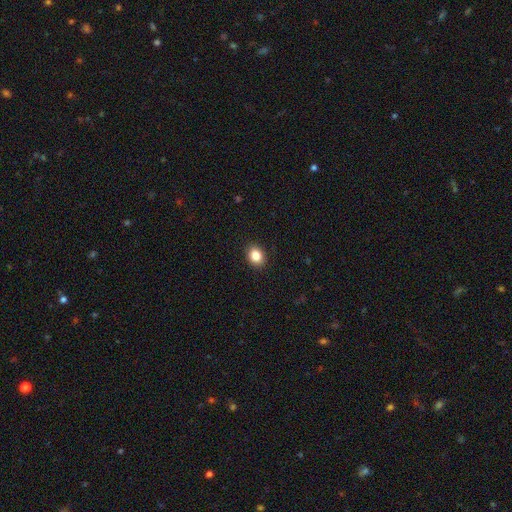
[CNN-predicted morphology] This appears to be a smooth galaxy with no disk features (85%) that is round (52%). Merging: none (91%).